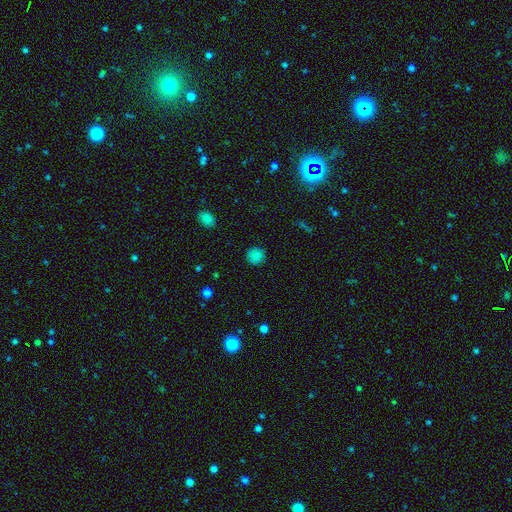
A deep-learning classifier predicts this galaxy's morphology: A smooth galaxy with no disk features (83%) that is round (92%). Merging: none (89%).